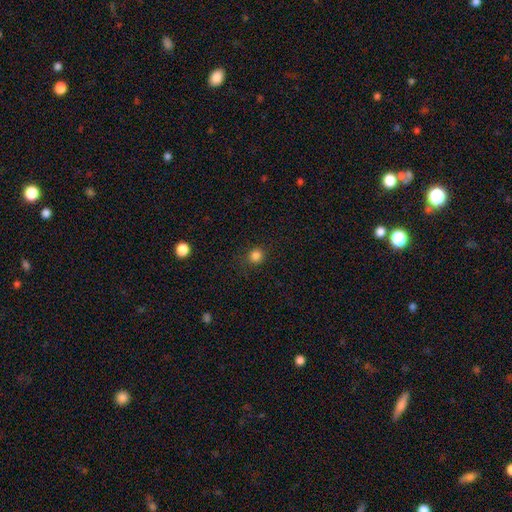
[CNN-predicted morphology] A smooth galaxy with no disk features (83%) that is round (89%). Merging: none (87%).